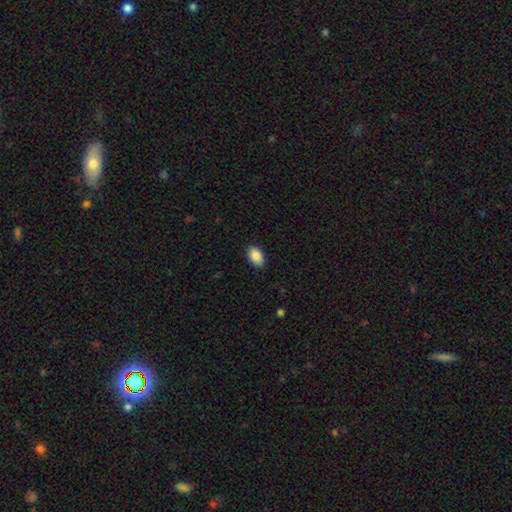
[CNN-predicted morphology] This appears to be a smooth galaxy with no disk features (89%) that is in between round and cigar-shaped (93%). Merging: none (87%).